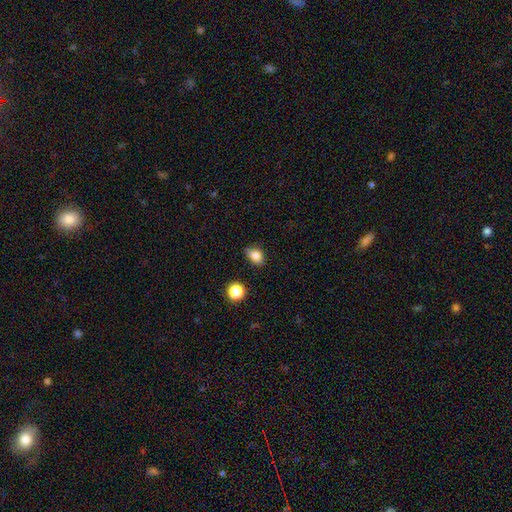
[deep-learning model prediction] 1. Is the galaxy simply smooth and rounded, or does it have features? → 83% smooth, 11% star or artifact, 7% featured or disk.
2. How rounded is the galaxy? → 73% in between, 25% round, 2% cigar-shaped.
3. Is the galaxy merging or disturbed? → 69% none, 25% minor disturbance, 4% major disturbance, 2% merger.